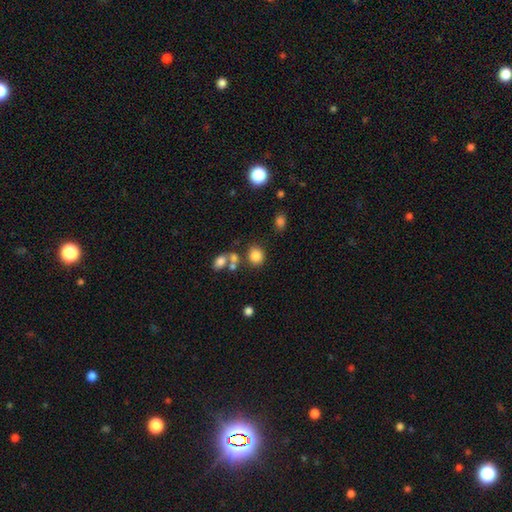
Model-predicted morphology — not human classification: This is clearly a smooth galaxy (81%). How rounded: likely round (73%). Merging: likely none (68%).